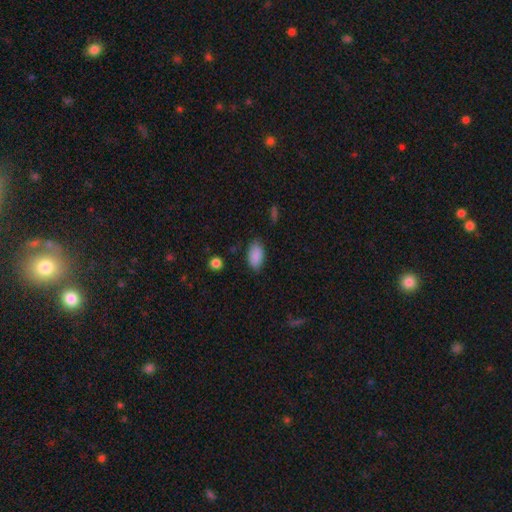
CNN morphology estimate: Smooth or featured? smooth (88%)
How rounded? in between (93%)
Merging? none (75%)